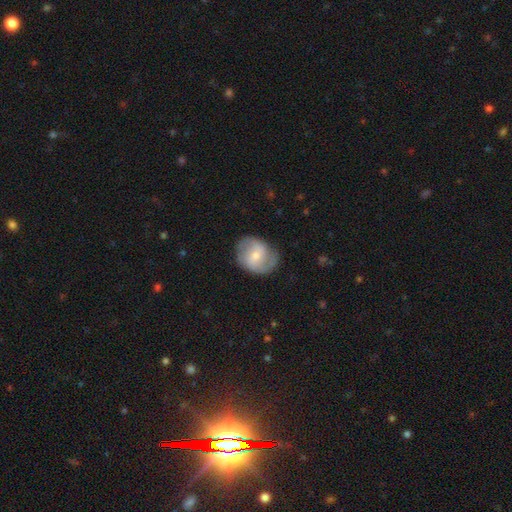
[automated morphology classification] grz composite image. It shows a featured or disk galaxy (61%) with a weak bar (46%), spiral arms (83%) and a small central bulge (53%). Merging: none (71%).